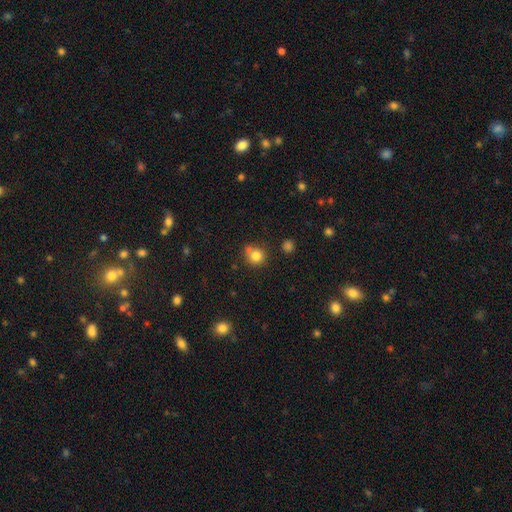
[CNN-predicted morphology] smooth 81%, star or artifact 12%, featured or disk 7%. Down the decision tree: how rounded — round (87%); merging — none (65%).